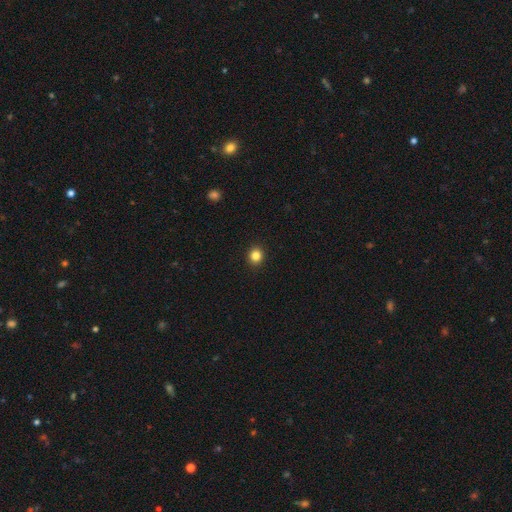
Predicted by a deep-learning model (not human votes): A smooth galaxy with no disk features (84%) that is round (84%).

Vote fractions:
- Smooth or featured? smooth: 84% / star or artifact: 11% / featured or disk: 4%
- How rounded? round: 84% / in between: 15% / cigar-shaped: 1%
- Merging? none: 93% / minor disturbance: 5% / major disturbance: 2% / merger: 1%